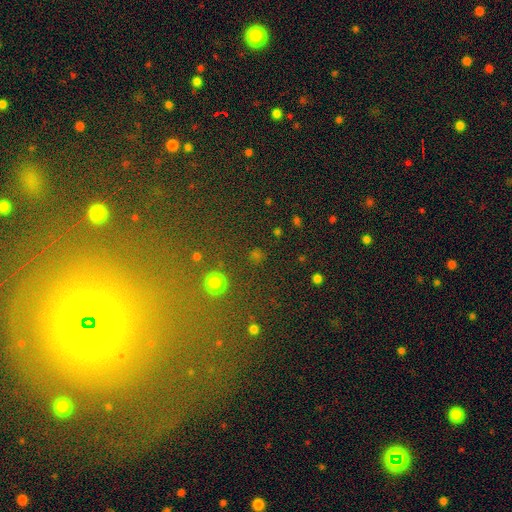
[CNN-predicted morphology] Smooth or featured?
  - smooth: 47% *
  - star or artifact: 44%
  - featured or disk: 9%
Merging?
  - none: 87% *
  - minor disturbance: 6%
  - merger: 3%
  - major disturbance: 3%